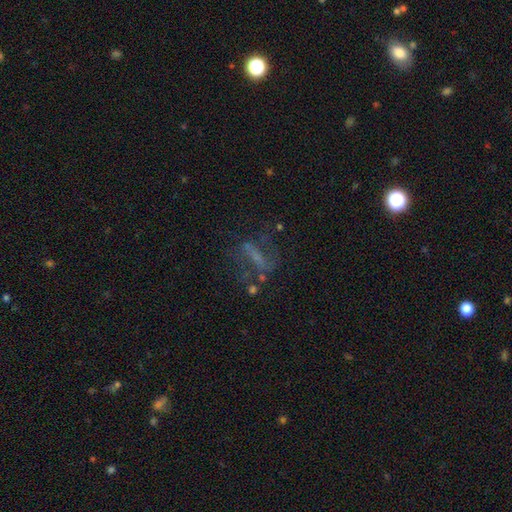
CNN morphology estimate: Smooth or featured: featured or disk — 49% (smooth — 29%)
Merging: none — 50% (major disturbance — 26%)